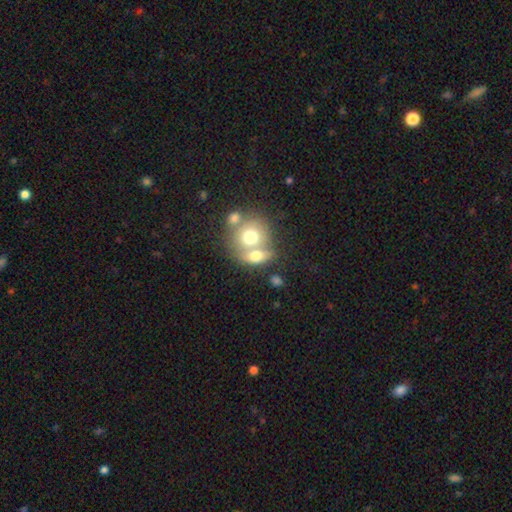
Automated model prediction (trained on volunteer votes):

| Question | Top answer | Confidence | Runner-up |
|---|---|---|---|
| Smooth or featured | smooth | 68% | featured or disk (23%) |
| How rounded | round | 52% | in between (45%) |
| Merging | merger | 60% | none (27%) |